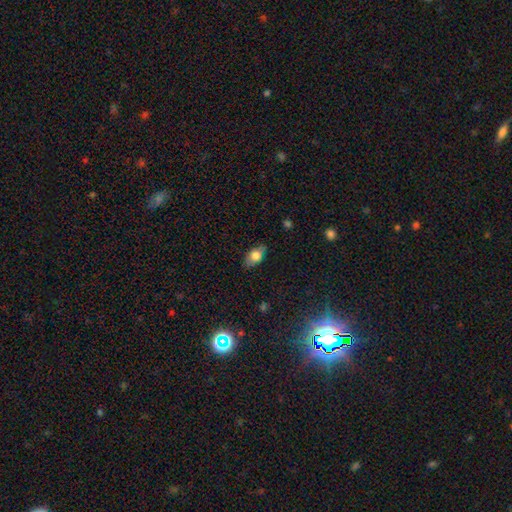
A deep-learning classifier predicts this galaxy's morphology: This appears to be a smooth galaxy with no disk features (73%) that is in between round and cigar-shaped (84%). Merging: none (74%).